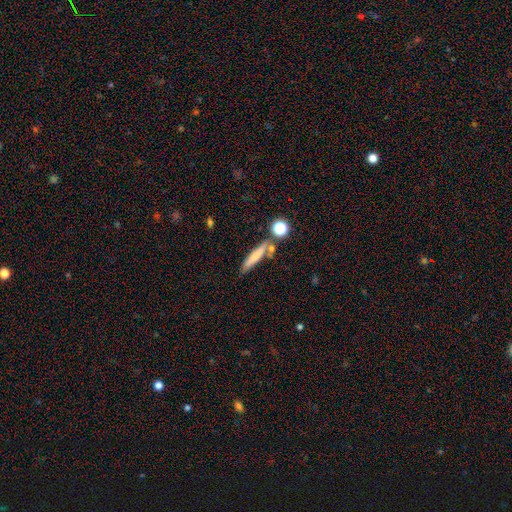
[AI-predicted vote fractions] Smooth or featured? Predicted: smooth (p=0.70). How rounded? Predicted: cigar-shaped (p=0.85). Merging? Predicted: none (p=0.68).